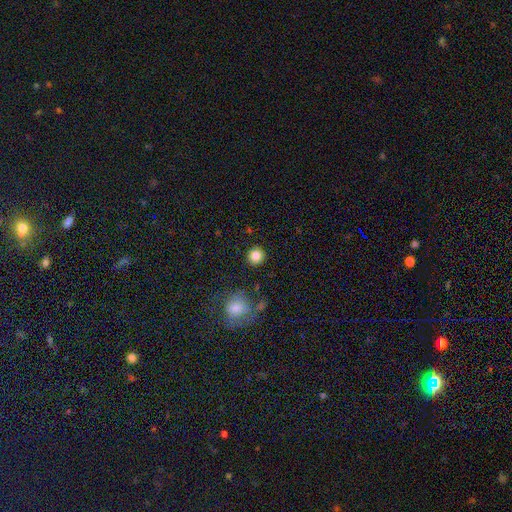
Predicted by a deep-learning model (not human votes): This is clearly a smooth galaxy (84%). How rounded: clearly round (94%). Merging: clearly none (90%).